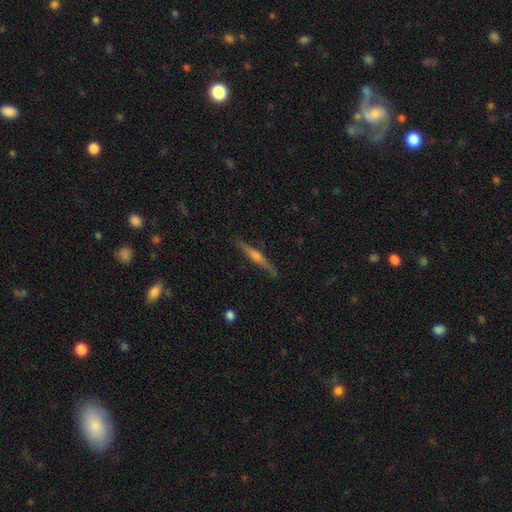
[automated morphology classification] A featured or disk galaxy (72%) viewed edge-on (98%) with a rounded central bulge (82%). Merging: none (88%).